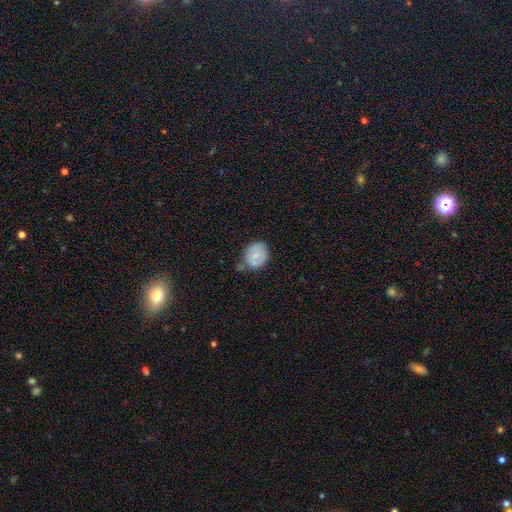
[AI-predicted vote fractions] This is likely a smooth galaxy (74%). How rounded: likely round (67%). Merging: possibly none (56%).